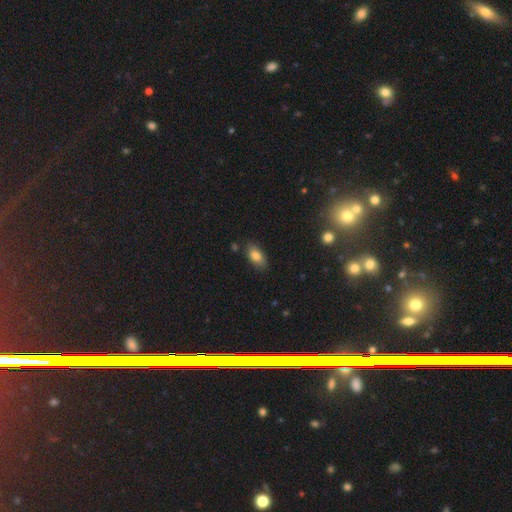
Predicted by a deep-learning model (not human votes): A smooth galaxy with no disk features (81%) that is in between round and cigar-shaped (88%).

Vote fractions:
- Smooth or featured? smooth: 81% / featured or disk: 10% / star or artifact: 8%
- How rounded? in between: 88% / cigar-shaped: 8% / round: 4%
- Merging? none: 81% / minor disturbance: 14% / major disturbance: 3% / merger: 2%